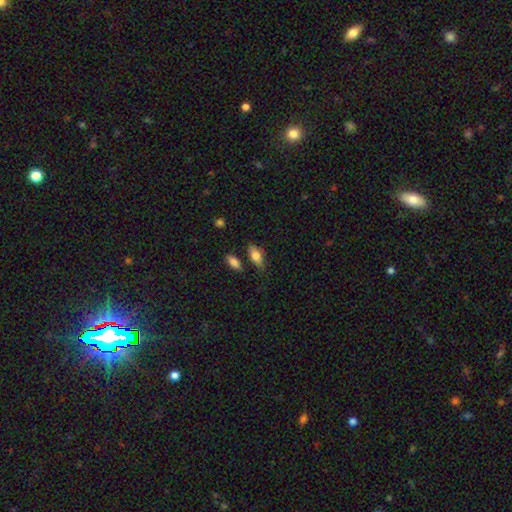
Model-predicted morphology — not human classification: Smooth or featured: smooth — 75% (featured or disk — 18%)
How rounded: in between — 82% (cigar-shaped — 14%)
Merging: none — 72% (minor disturbance — 17%)